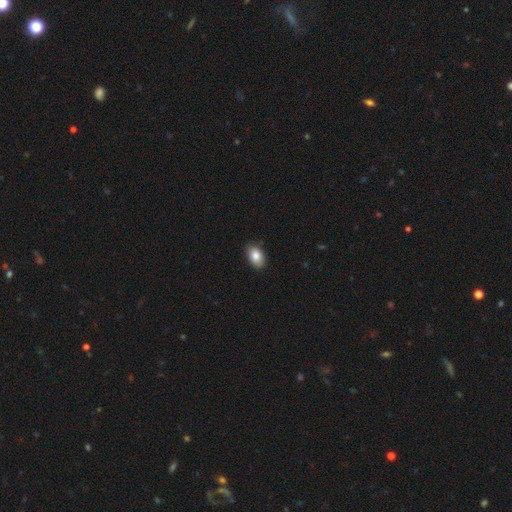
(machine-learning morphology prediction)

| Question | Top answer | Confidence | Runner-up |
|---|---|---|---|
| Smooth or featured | smooth | 85% | featured or disk (8%) |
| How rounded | in between | 88% | round (11%) |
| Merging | none | 87% | minor disturbance (10%) |